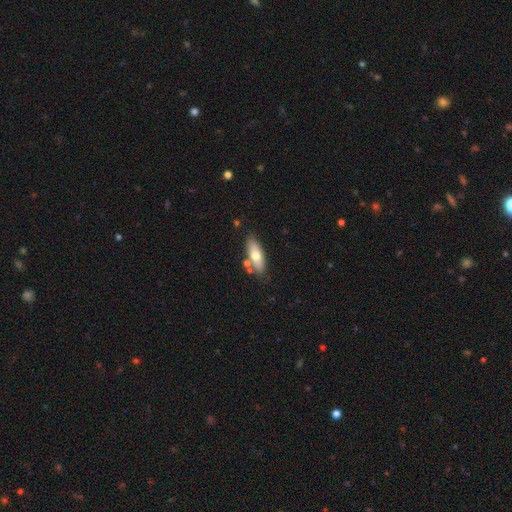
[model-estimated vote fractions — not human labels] Q: Smooth or featured?
A: smooth (65%); runner-up: featured or disk (28%)
Q: How rounded?
A: in between (64%); runner-up: cigar-shaped (34%)
Q: Merging?
A: none (74%); runner-up: minor disturbance (13%)